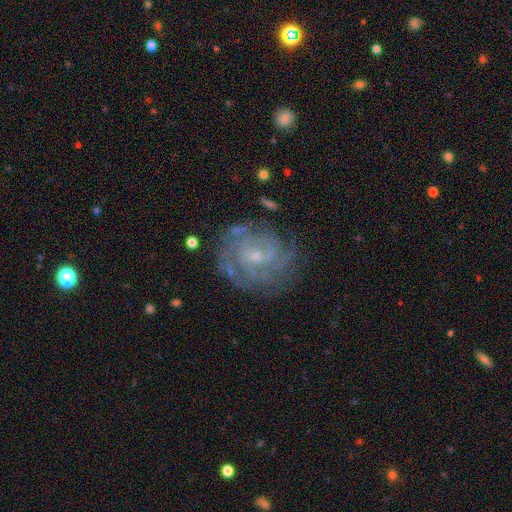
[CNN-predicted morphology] Smooth or featured? featured or disk (79%)
Edge-on disk? no (97%)
Bar? no (58%)
Spiral arms? yes (90%)
Spiral winding? tight (65%)
Spiral arm count? can't tell (40%)
Bulge size? small (61%)
Merging? none (74%)